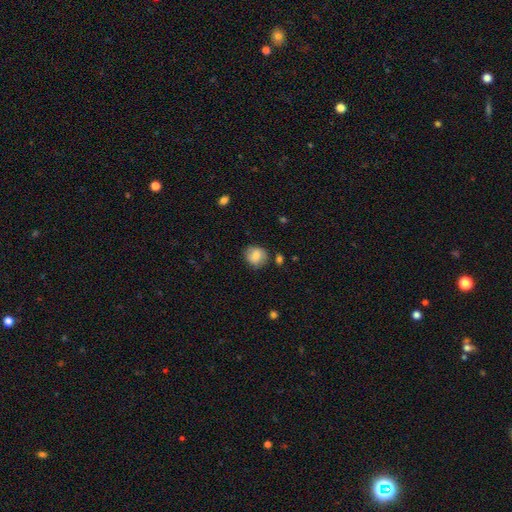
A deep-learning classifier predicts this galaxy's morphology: Smooth or featured?
  - smooth: 79% *
  - featured or disk: 13%
  - star or artifact: 8%
How rounded?
  - round: 82% *
  - in between: 17%
  - cigar-shaped: 1%
Merging?
  - none: 78% *
  - minor disturbance: 15%
  - major disturbance: 4%
  - merger: 3%